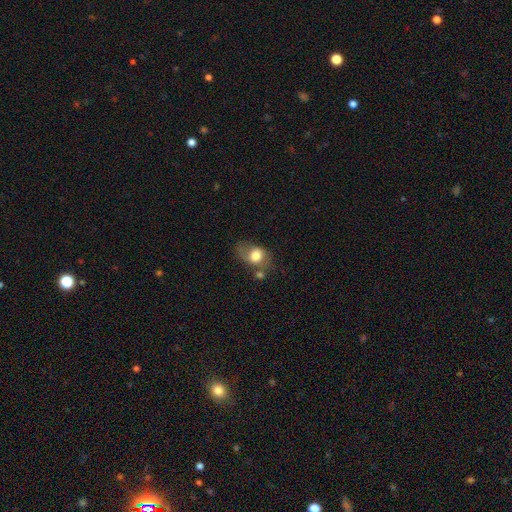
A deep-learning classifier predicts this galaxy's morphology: smooth_or_featured: smooth (p=0.70) [alt: featured or disk p=0.22]
how_rounded: in between (p=0.64) [alt: round p=0.34]
merging: none (p=0.41) [alt: minor disturbance p=0.26]